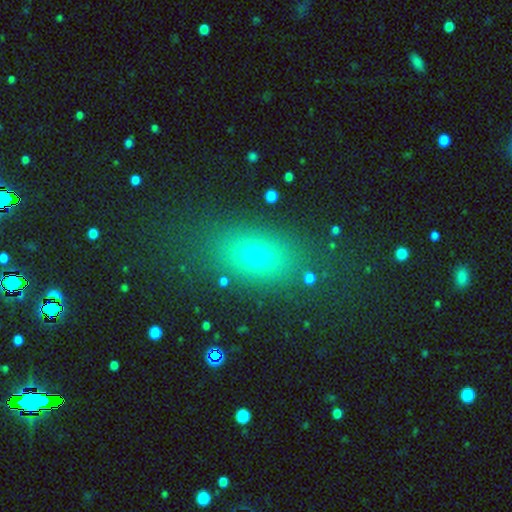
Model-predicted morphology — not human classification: The model was most divided on "smooth or featured": smooth: 64%, star or artifact: 22%, featured or disk: 14%. More confident: merging — none (82%); how rounded — in between (72%).